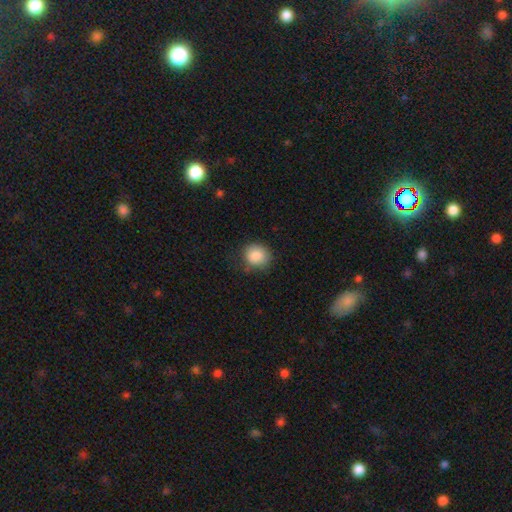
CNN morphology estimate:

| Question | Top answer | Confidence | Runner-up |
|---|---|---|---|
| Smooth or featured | smooth | 86% | star or artifact (9%) |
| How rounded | round | 78% | in between (21%) |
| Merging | none | 74% | minor disturbance (19%) |